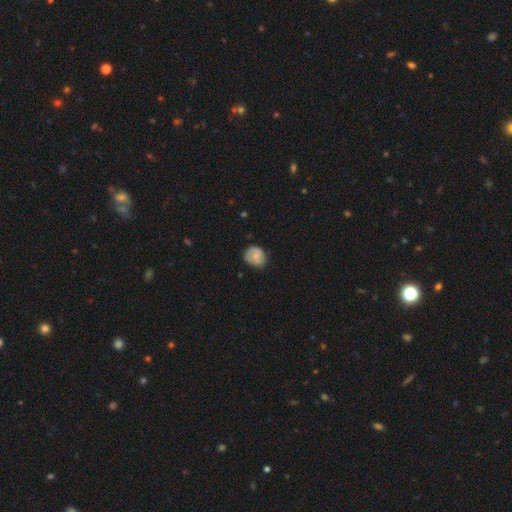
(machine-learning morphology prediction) type=smooth (70%); roundness=round (61%); merging=none (68%).